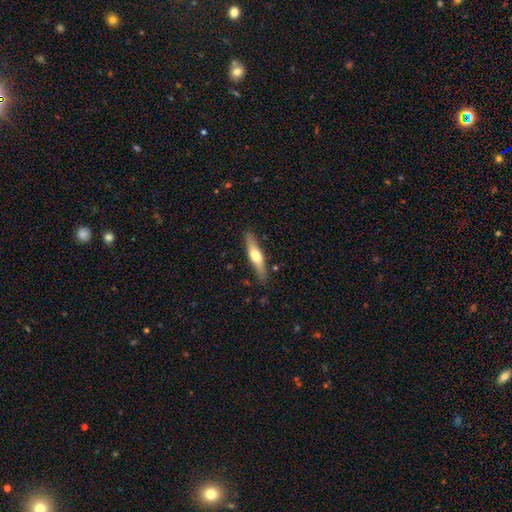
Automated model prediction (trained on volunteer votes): This appears to be a smooth galaxy with no disk features (50%) that is cigar-shaped (79%). Merging: none (85%).